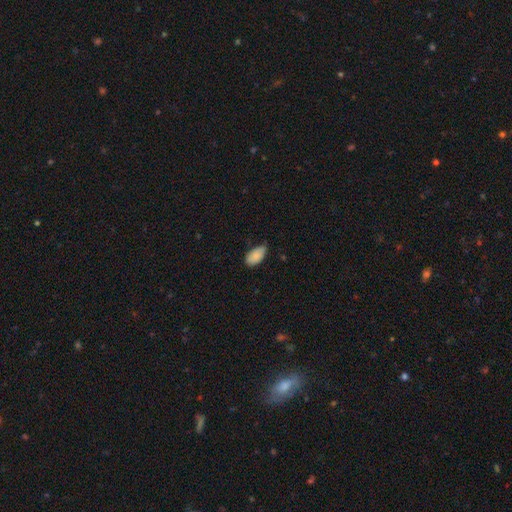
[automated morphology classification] smooth_or_featured: smooth (p=0.87) [alt: star or artifact p=0.07]
how_rounded: in between (p=0.95) [alt: round p=0.03]
merging: none (p=0.61) [alt: minor disturbance p=0.33]